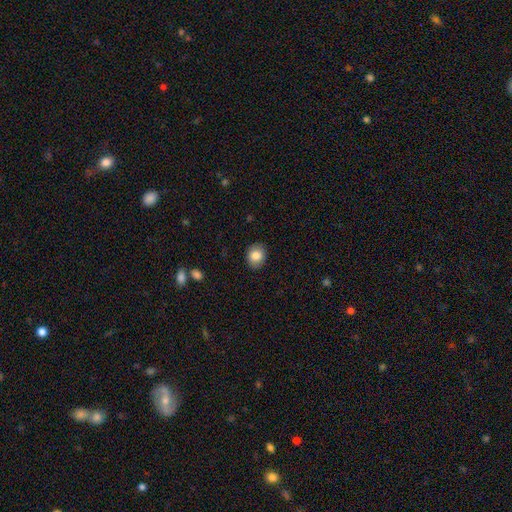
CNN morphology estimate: The model was most divided on "how rounded": in between: 51%, round: 49%, cigar-shaped: 1%. More confident: merging — none (88%); smooth or featured — smooth (83%).